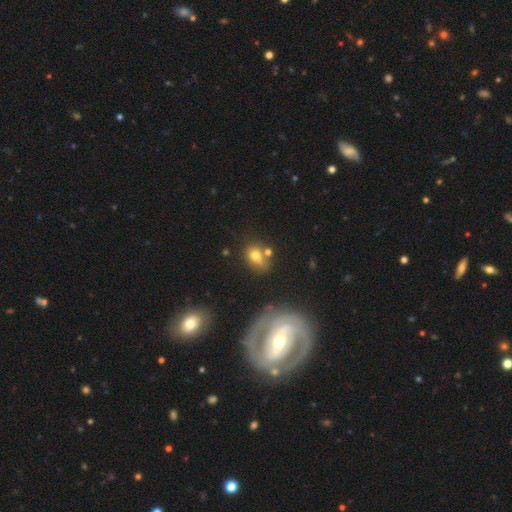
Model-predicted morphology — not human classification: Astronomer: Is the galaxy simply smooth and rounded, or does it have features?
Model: smooth — 72%.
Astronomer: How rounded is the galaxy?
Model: in between — 63%.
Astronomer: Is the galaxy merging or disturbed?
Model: none — 56%.